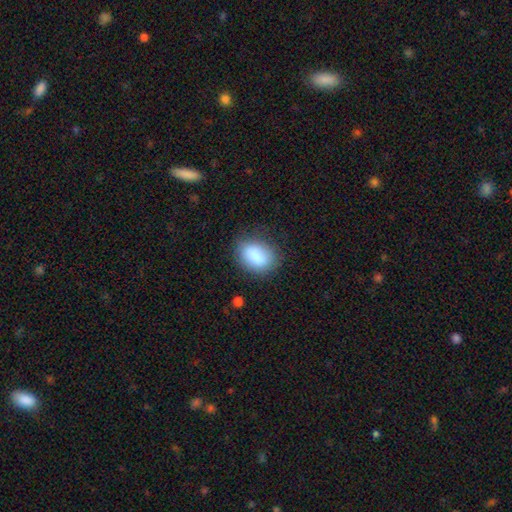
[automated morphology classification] Smooth or featured?
  - smooth: 85% *
  - star or artifact: 8%
  - featured or disk: 7%
How rounded?
  - in between: 75% *
  - round: 23%
  - cigar-shaped: 2%
Merging?
  - none: 73% *
  - minor disturbance: 18%
  - major disturbance: 6%
  - merger: 2%